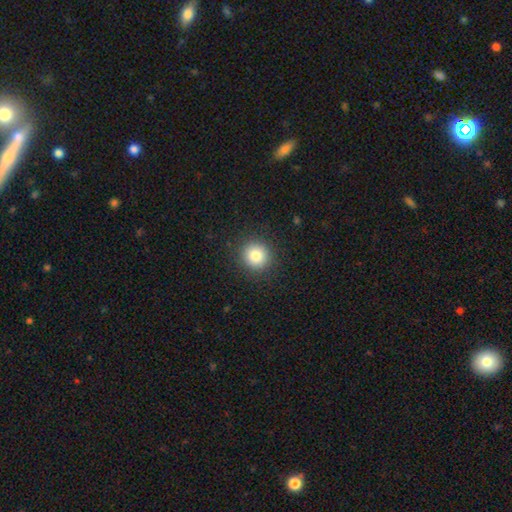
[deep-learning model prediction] Morphology: type=smooth (82%); roundness=round (92%); merging=none (91%).